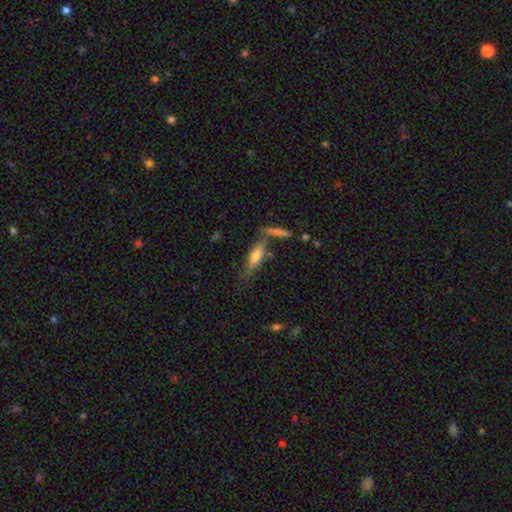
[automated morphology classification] This appears to be a smooth galaxy with no disk features (58%) that is cigar-shaped (61%). Merging: none (62%).